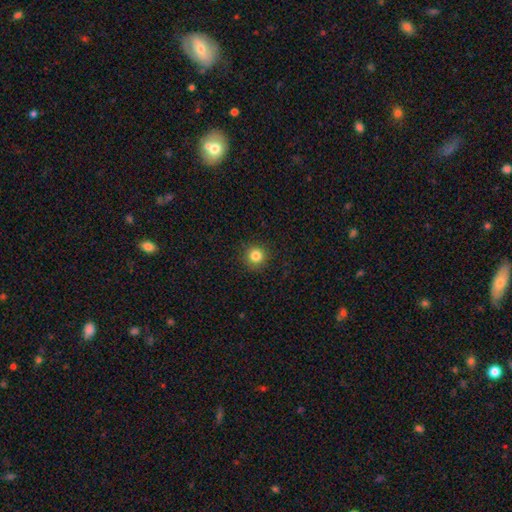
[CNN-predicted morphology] Overall: smooth (84%). How rounded: round (95%). Merging: none (91%).